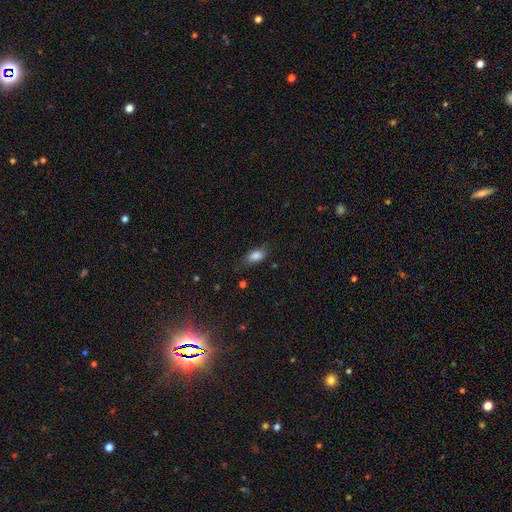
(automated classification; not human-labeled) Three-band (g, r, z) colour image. It shows a smooth galaxy with no disk features (83%) that is in between round and cigar-shaped (87%). Merging: none (70%).